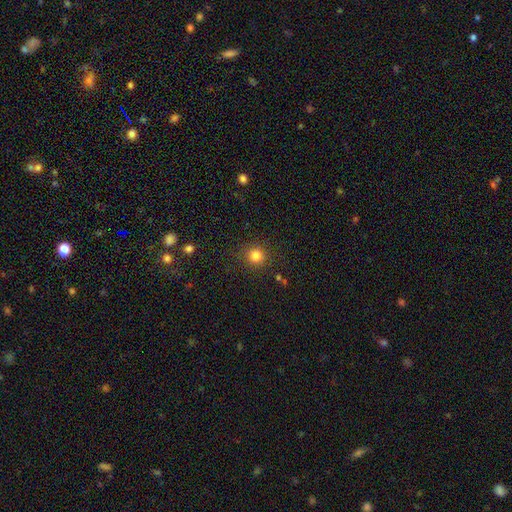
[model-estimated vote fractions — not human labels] smooth 82%, star or artifact 13%, featured or disk 5%. Down the decision tree: how rounded — round (92%); merging — none (89%).